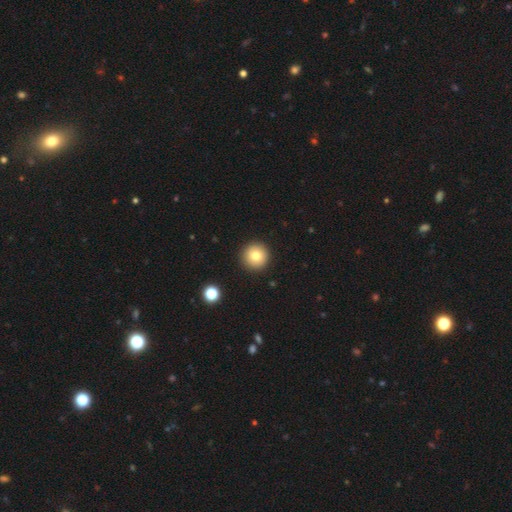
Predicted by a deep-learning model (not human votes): Smooth or featured?
  - smooth: 79% *
  - star or artifact: 11%
  - featured or disk: 10%
How rounded?
  - round: 96% *
  - in between: 3%
  - cigar-shaped: 1%
Merging?
  - none: 93% *
  - minor disturbance: 5%
  - major disturbance: 2%
  - merger: 1%